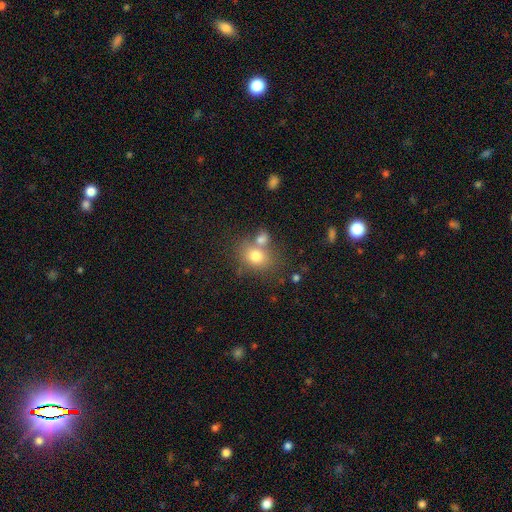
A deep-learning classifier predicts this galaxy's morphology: smooth-or-featured: smooth: 75% | featured or disk: 14% | star or artifact: 12%
  how-rounded: round: 51% | in between: 48% | cigar-shaped: 1%
  merging: none: 49% | merger: 34% | minor disturbance: 12% | major disturbance: 5%